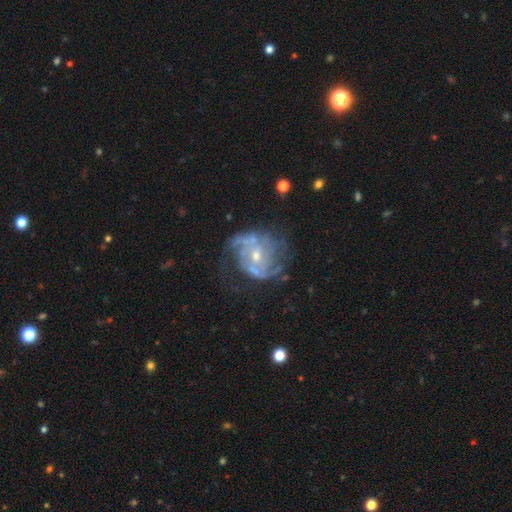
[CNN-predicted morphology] The model was most divided on "spiral winding": medium: 41%, tight: 40%, loose: 19%. Remaining: edge-on disk — no (97%); spiral arms — yes (90%); smooth or featured — featured or disk (85%); bar — no (62%); merging — none (56%); bulge size — small (52%); spiral arm count — 2 (42%).